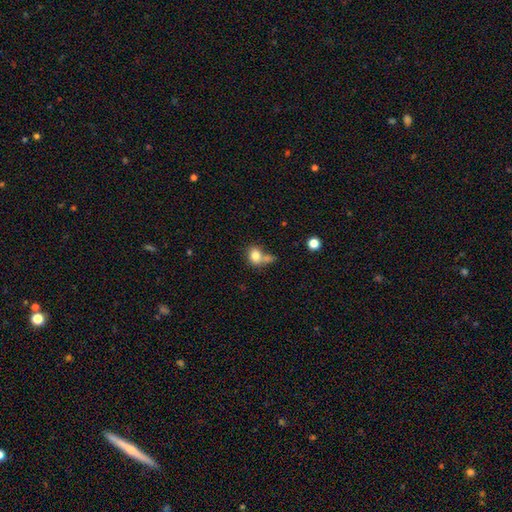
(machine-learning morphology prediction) smooth_or_featured: smooth (p=0.79) [alt: featured or disk p=0.11]
how_rounded: round (p=0.55) [alt: in between p=0.43]
merging: none (p=0.35) [alt: merger p=0.34]